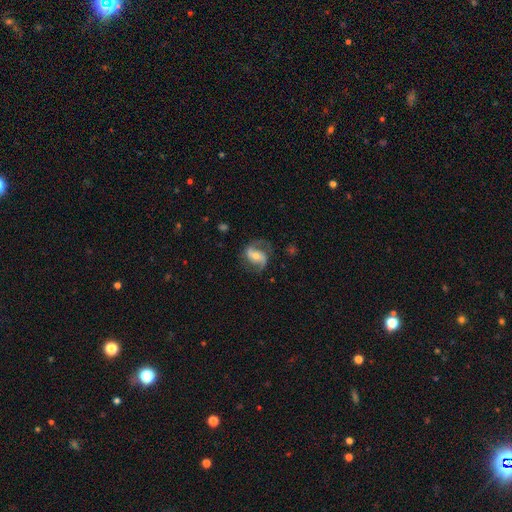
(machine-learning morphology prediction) Smooth or featured: featured or disk — 83% (smooth — 11%)
Edge-on disk: no — 97% (yes — 3%)
Bar: weak — 38% (no — 34%)
Spiral arms: yes — 95% (no — 5%)
Spiral winding: medium — 50% (loose — 34%)
Spiral arm count: 2 — 90% (1 — 4%)
Bulge size: moderate — 52% (small — 41%)
Merging: none — 73% (minor disturbance — 16%)